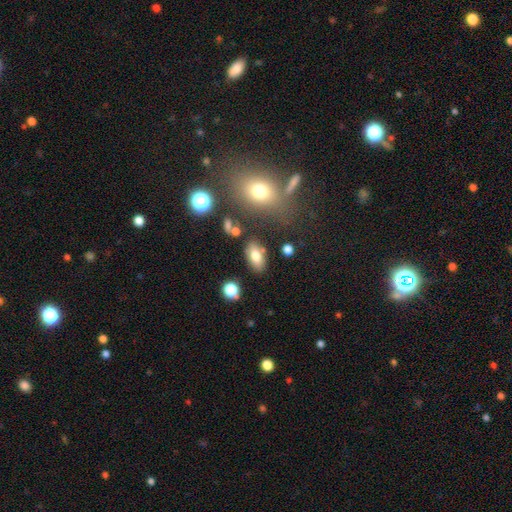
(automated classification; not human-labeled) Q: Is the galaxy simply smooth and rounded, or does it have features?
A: smooth — 75%.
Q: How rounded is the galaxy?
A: in between — 91%.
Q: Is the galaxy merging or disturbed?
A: none — 77%.